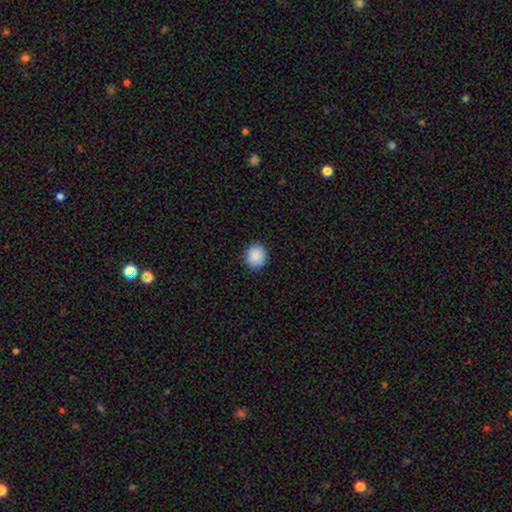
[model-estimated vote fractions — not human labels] Smooth or featured? smooth (87%)
How rounded? round (74%)
Merging? none (88%)